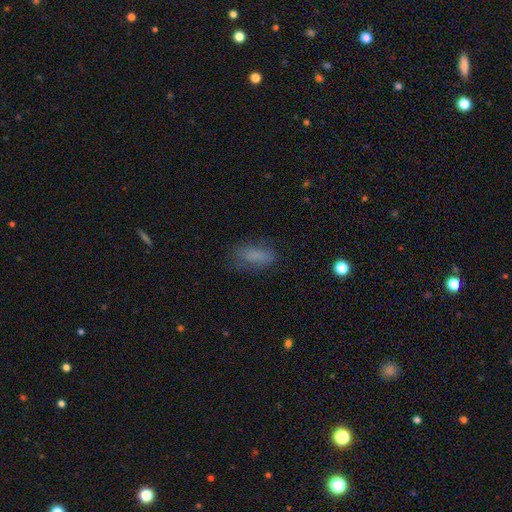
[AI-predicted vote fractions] smooth_or_featured: smooth (p=0.78) [alt: featured or disk p=0.11]
how_rounded: in between (p=0.78) [alt: cigar-shaped p=0.18]
merging: none (p=0.70) [alt: minor disturbance p=0.20]